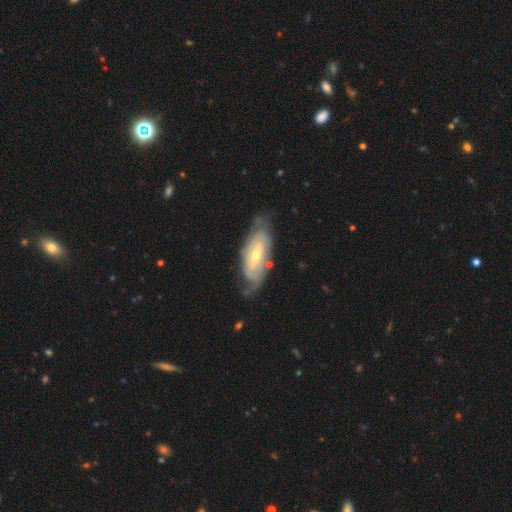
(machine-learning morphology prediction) Smooth or featured?
  - featured or disk: 78% *
  - smooth: 17%
  - star or artifact: 5%
Edge-on disk?
  - no: 89% *
  - yes: 11%
Bar?
  - weak: 42% *
  - no: 36%
  - strong: 22%
Spiral arms?
  - yes: 87% *
  - no: 13%
Spiral winding?
  - tight: 57% *
  - medium: 30%
  - loose: 13%
Spiral arm count?
  - 2: 45% *
  - can't tell: 39%
  - 3: 7%
  - 1: 5%
  - 4: 3%
  - more than 4: 2%
Bulge size?
  - small: 48% * (tied)
  - moderate: 48% * (tied)
  - large: 2%
  - none: 1%
  - dominant: 1%
Merging?
  - none: 62% *
  - minor disturbance: 24%
  - major disturbance: 11%
  - merger: 3%